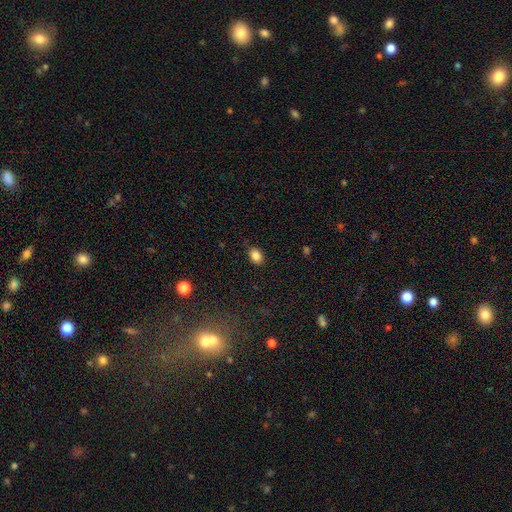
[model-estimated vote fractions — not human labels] Smooth or featured? Predicted: smooth (p=0.85). How rounded? Predicted: in between (p=0.75). Merging? Predicted: none (p=0.84).